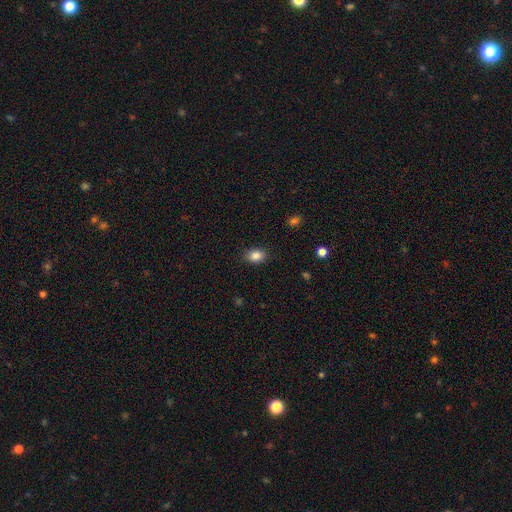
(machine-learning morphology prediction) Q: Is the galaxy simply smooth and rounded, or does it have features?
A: smooth — 86%.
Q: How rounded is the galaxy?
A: in between — 71%.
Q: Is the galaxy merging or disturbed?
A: none — 86%.